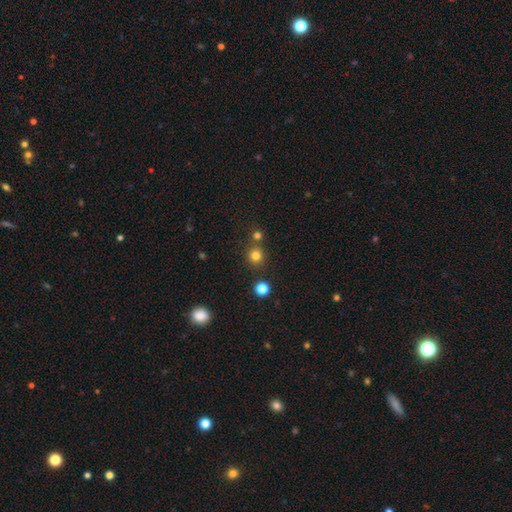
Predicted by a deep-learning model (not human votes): Smooth or featured: smooth — 78% (star or artifact — 16%)
How rounded: round — 91% (in between — 8%)
Merging: none — 78% (merger — 12%)